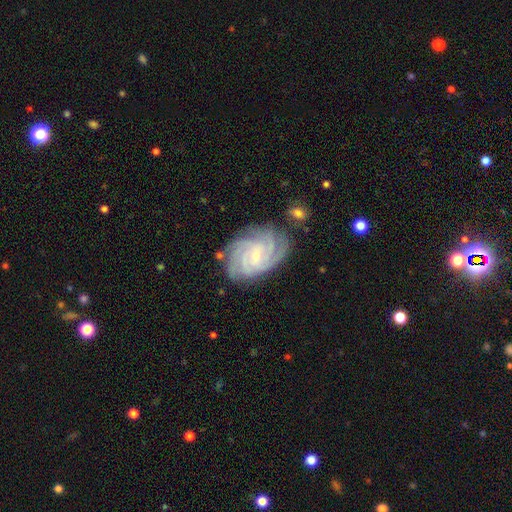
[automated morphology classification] type=featured or disk (88%); edge-on=no (97%); bar=no (50%); spiral arms=yes (98%); winding=tight (71%); arm count=4 (44%); bulge=small (76%); merging=none (78%).